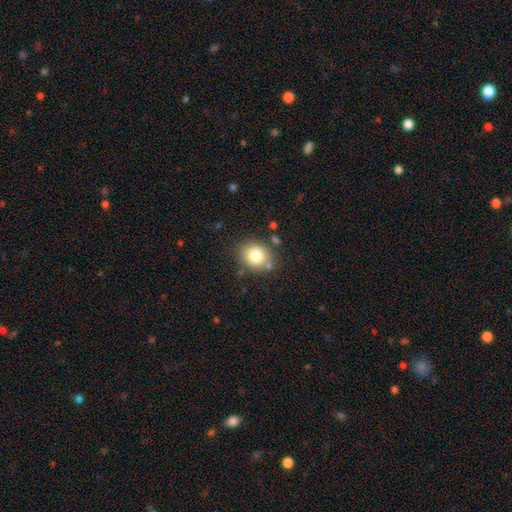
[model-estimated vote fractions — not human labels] Smooth or featured? Predicted: smooth (p=0.80). How rounded? Predicted: round (p=0.66). Merging? Predicted: none (p=0.79).